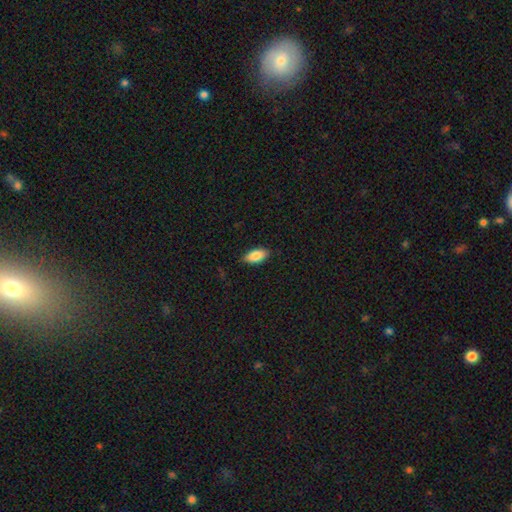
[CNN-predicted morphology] smooth_or_featured: smooth (p=0.85) [alt: featured or disk p=0.08]
how_rounded: in between (p=0.90) [alt: cigar-shaped p=0.08]
merging: none (p=0.86) [alt: minor disturbance p=0.11]